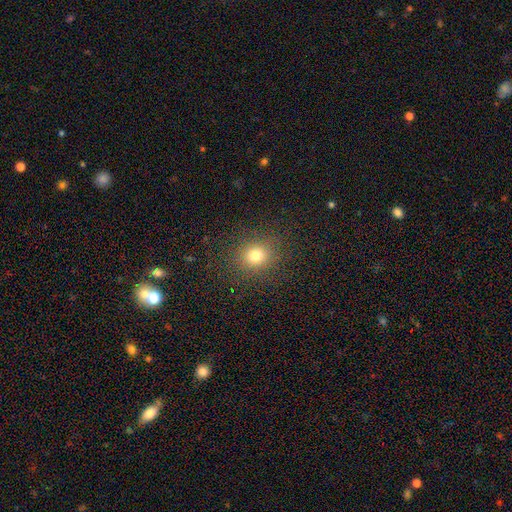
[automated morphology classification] Smooth or featured? Predicted: smooth (p=0.76). How rounded? Predicted: round (p=0.79). Merging? Predicted: none (p=0.88).